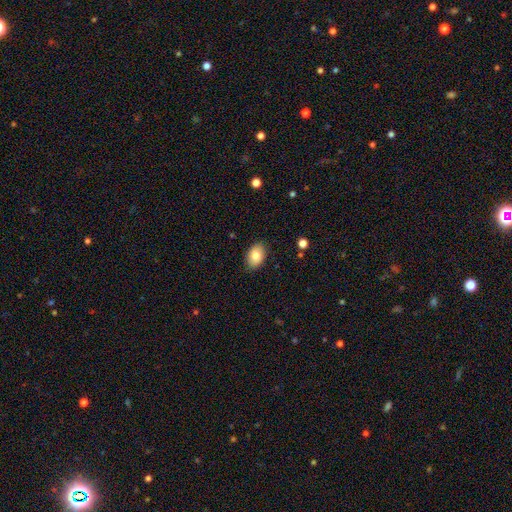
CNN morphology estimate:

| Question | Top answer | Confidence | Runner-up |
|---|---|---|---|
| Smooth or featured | smooth | 81% | featured or disk (11%) |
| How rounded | in between | 86% | round (13%) |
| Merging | none | 86% | minor disturbance (11%) |